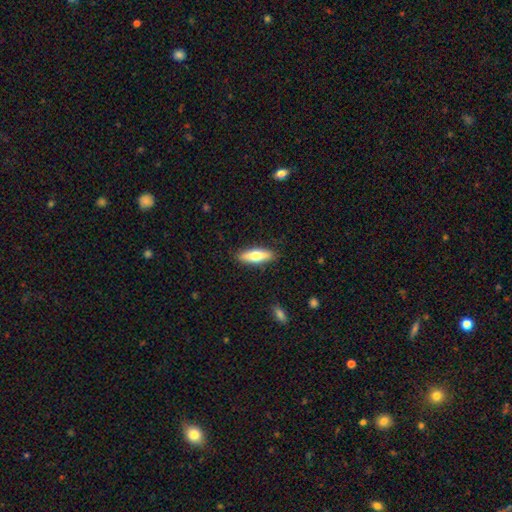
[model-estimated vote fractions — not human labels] The model was most divided on "how rounded" (2-way tie): in between: 49%, cigar-shaped: 49%, round: 2%. More confident: merging — none (88%); smooth or featured — smooth (64%).